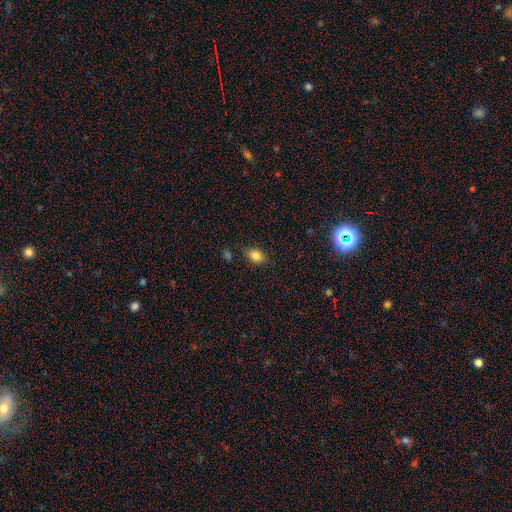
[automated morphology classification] smooth_or_featured: smooth (p=0.82) [alt: star or artifact p=0.10]
how_rounded: in between (p=0.77) [alt: round p=0.21]
merging: none (p=0.78) [alt: minor disturbance p=0.15]